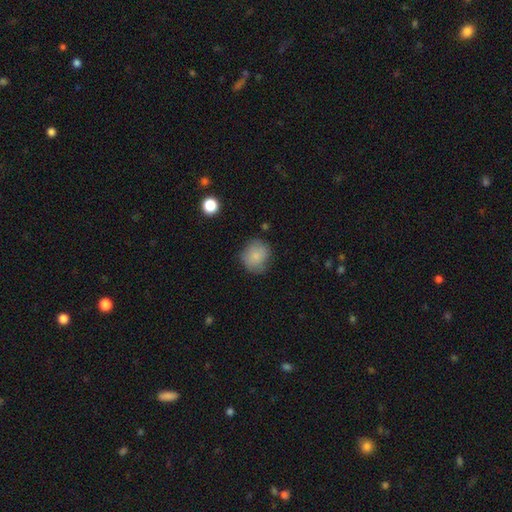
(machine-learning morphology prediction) smooth-or-featured: smooth: 80% | featured or disk: 12% | star or artifact: 8%
  how-rounded: round: 81% | in between: 18% | cigar-shaped: 1%
  merging: none: 72% | minor disturbance: 21% | major disturbance: 5% | merger: 2%